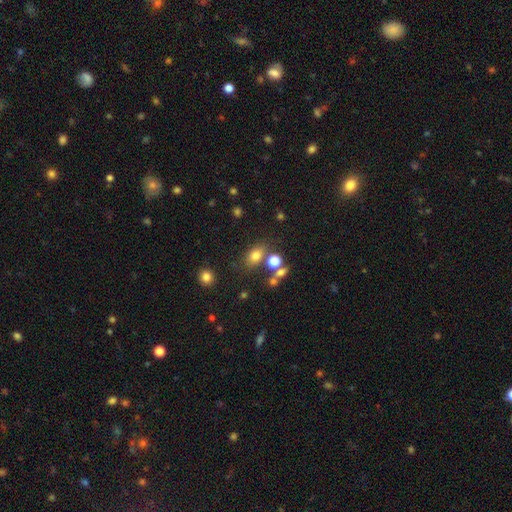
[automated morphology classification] Smooth or featured? Predicted: smooth (p=0.75). How rounded? Predicted: in between (p=0.70). Merging? Predicted: none (p=0.67).